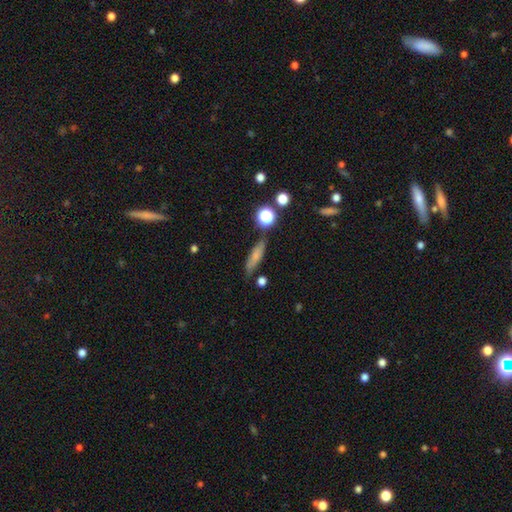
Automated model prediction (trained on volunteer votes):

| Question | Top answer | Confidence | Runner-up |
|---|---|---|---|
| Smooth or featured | smooth | 70% | featured or disk (19%) |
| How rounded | cigar-shaped | 62% | in between (32%) |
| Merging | none | 75% | minor disturbance (16%) |